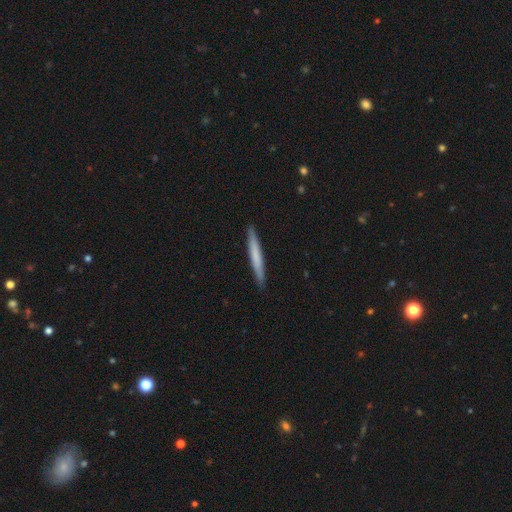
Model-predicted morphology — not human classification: Q: Smooth or featured?
A: smooth (64%); runner-up: featured or disk (31%)
Q: How rounded?
A: cigar-shaped (96%); runner-up: in between (2%)
Q: Merging?
A: none (91%); runner-up: minor disturbance (6%)